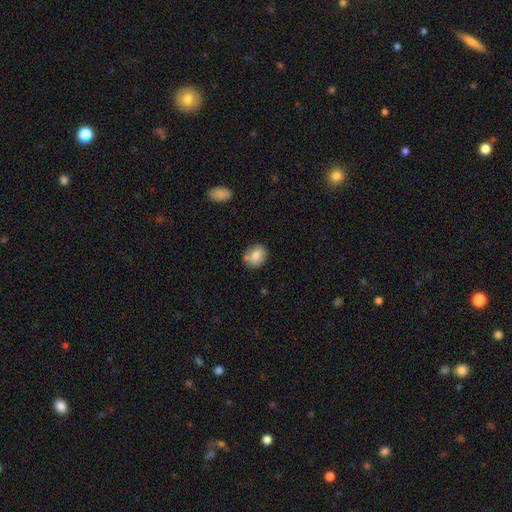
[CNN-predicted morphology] type=smooth (81%); roundness=in between (51%); merging=none (67%).